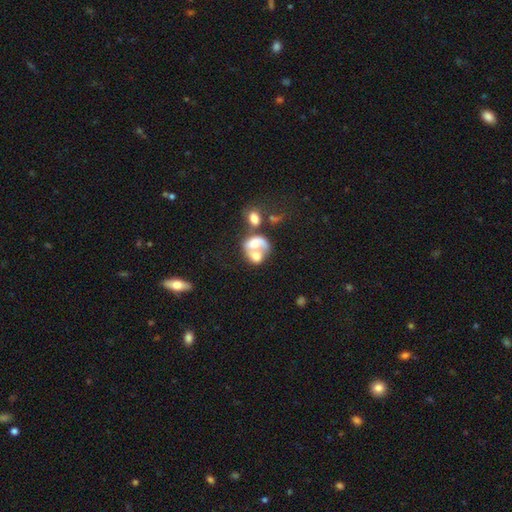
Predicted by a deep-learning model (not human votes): Smooth or featured? Predicted: featured or disk (p=0.47). Merging? Predicted: merger (p=0.72).